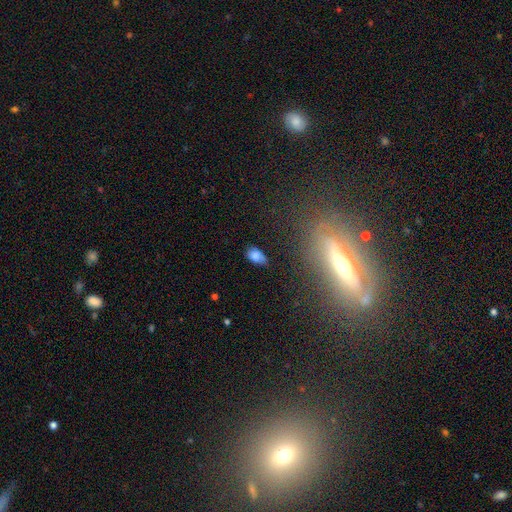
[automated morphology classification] Q: Smooth or featured?
A: smooth (78%); runner-up: featured or disk (11%)
Q: How rounded?
A: in between (88%); runner-up: round (10%)
Q: Merging?
A: none (56%); runner-up: minor disturbance (30%)